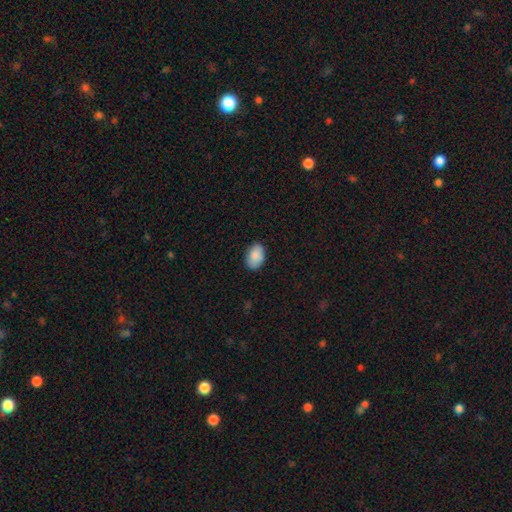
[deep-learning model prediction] Q: Smooth or featured?
A: smooth (88%); runner-up: star or artifact (7%)
Q: How rounded?
A: in between (88%); runner-up: round (11%)
Q: Merging?
A: none (82%); runner-up: minor disturbance (15%)